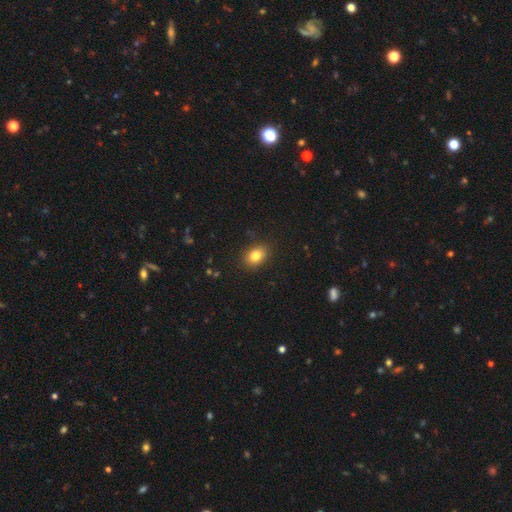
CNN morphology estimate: The model was most divided on "how rounded": in between: 69%, round: 30%, cigar-shaped: 1%. More confident: merging — none (87%); smooth or featured — smooth (83%).